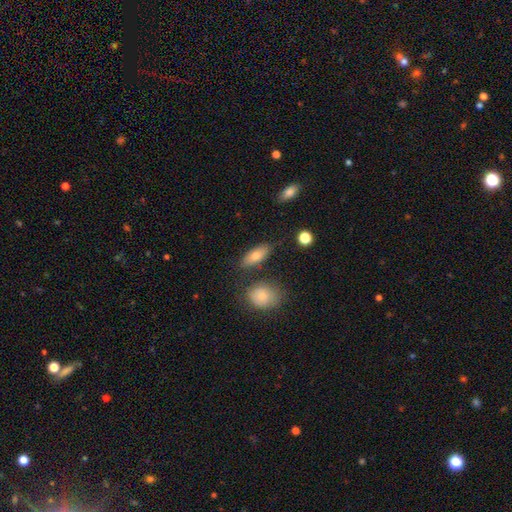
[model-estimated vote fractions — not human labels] Smooth or featured?
  - smooth: 75% *
  - featured or disk: 17%
  - star or artifact: 8%
How rounded?
  - in between: 77% *
  - cigar-shaped: 19%
  - round: 4%
Merging?
  - none: 78% *
  - minor disturbance: 12%
  - merger: 6%
  - major disturbance: 4%